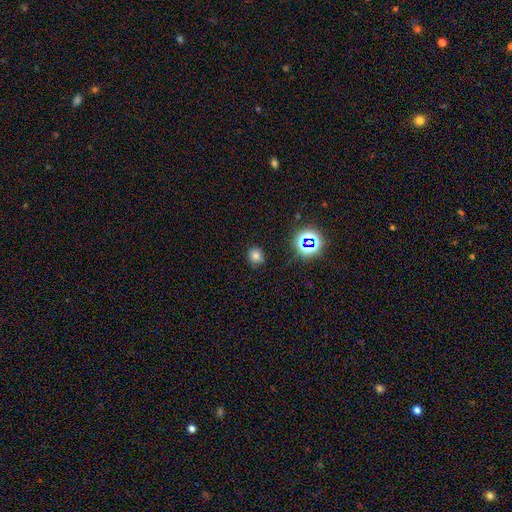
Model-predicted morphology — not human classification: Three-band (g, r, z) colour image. It shows a smooth galaxy with no disk features (72%) that is round (78%). Merging: none (84%).